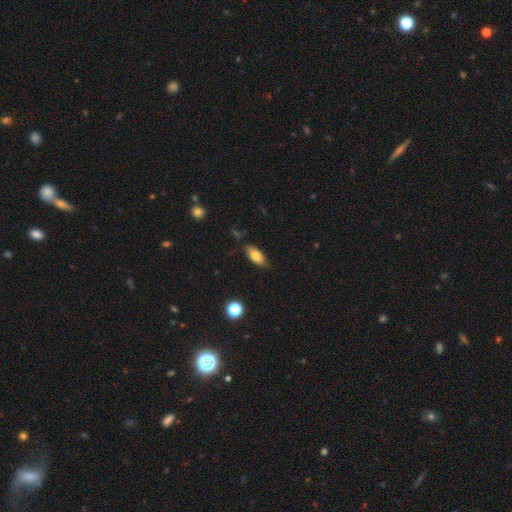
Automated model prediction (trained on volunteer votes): This is likely a smooth galaxy (76%). How rounded: clearly in between (86%). Merging: likely none (75%).